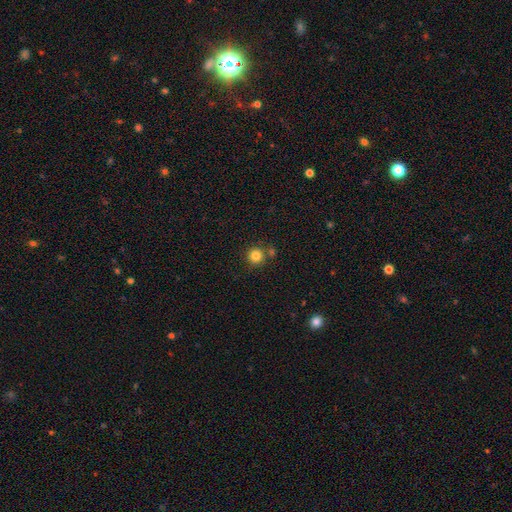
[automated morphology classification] A smooth galaxy with no disk features (83%) that is round (95%). Merging: none (78%).